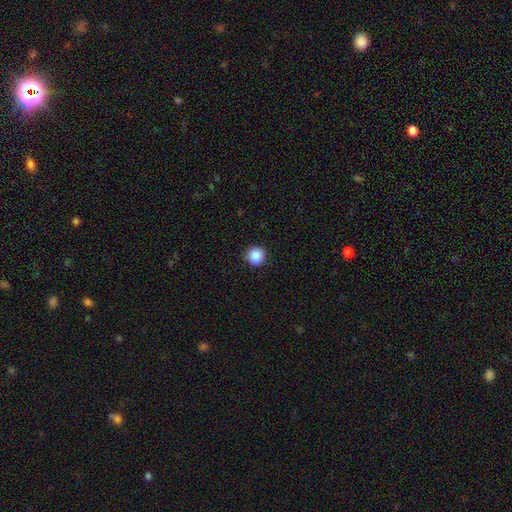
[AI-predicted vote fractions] Smooth or featured? smooth (87%)
How rounded? round (94%)
Merging? none (91%)